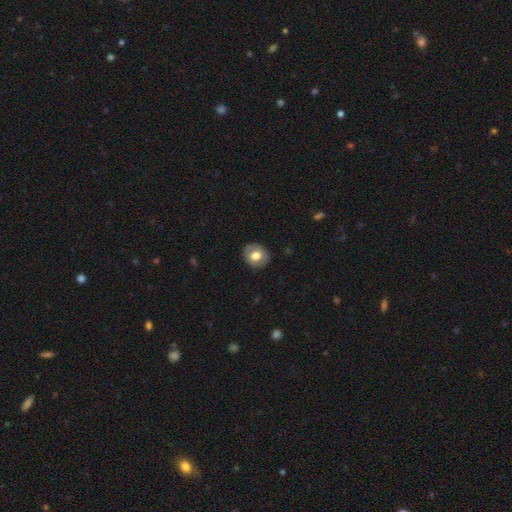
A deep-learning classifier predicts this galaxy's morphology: smooth 66%, featured or disk 27%, star or artifact 7%. Down the decision tree: how rounded — round (71%); merging — none (85%).